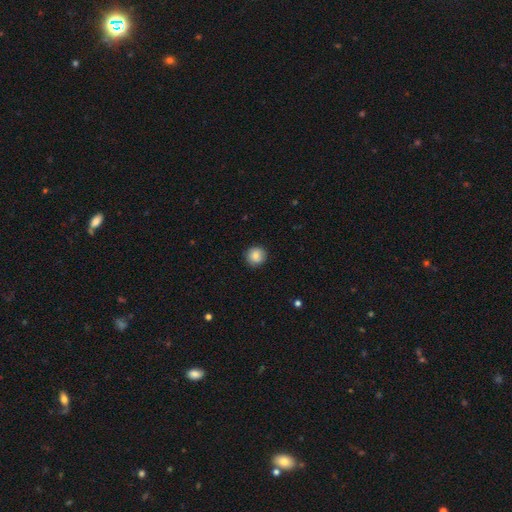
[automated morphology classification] smooth 80%, featured or disk 11%, star or artifact 9%. Down the decision tree: how rounded — round (94%); merging — none (88%).